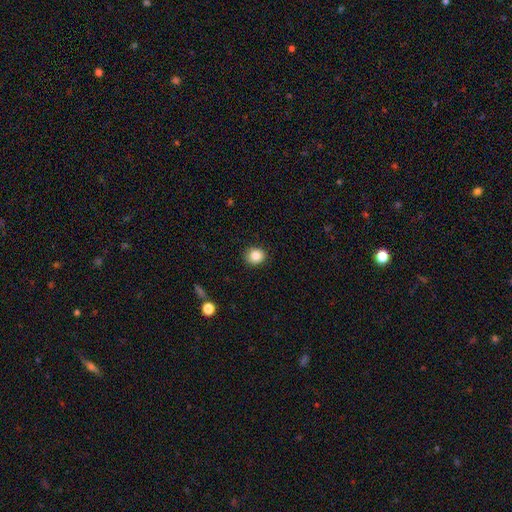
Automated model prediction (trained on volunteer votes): The model was most divided on "how rounded": round: 78%, in between: 21%, cigar-shaped: 1%. More confident: merging — none (90%); smooth or featured — smooth (86%).